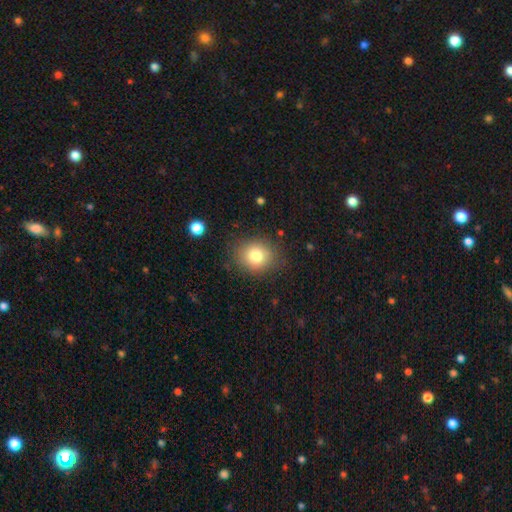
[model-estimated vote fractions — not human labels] Q: Smooth or featured?
A: smooth (78%); runner-up: star or artifact (12%)
Q: How rounded?
A: round (69%); runner-up: in between (30%)
Q: Merging?
A: none (83%); runner-up: minor disturbance (12%)